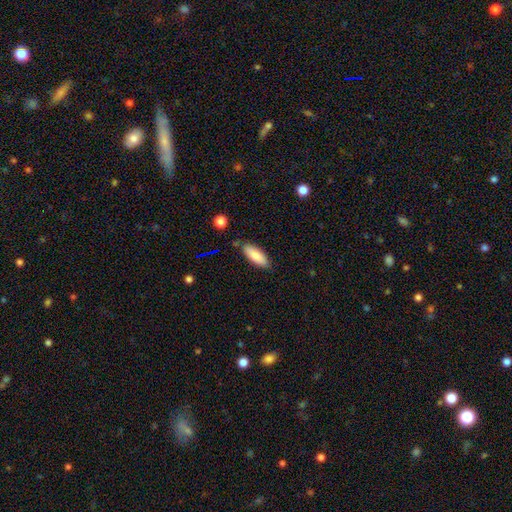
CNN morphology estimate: The model was most divided on "how rounded": in between: 70%, cigar-shaped: 28%, round: 2%. More confident: merging — none (83%); smooth or featured — smooth (82%).